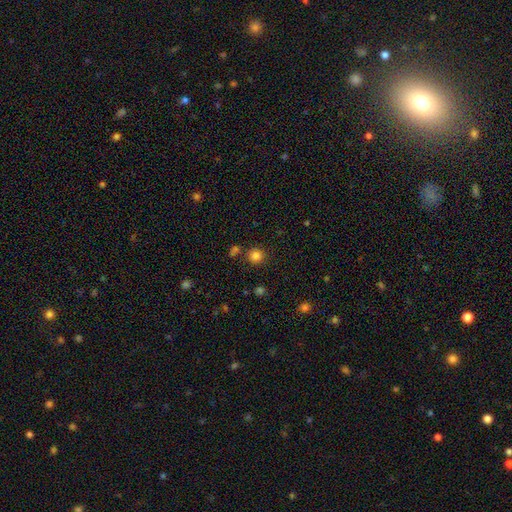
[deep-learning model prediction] smooth_or_featured: smooth (p=0.82) [alt: star or artifact p=0.13]
how_rounded: round (p=0.91) [alt: in between p=0.08]
merging: none (p=0.83) [alt: minor disturbance p=0.08]